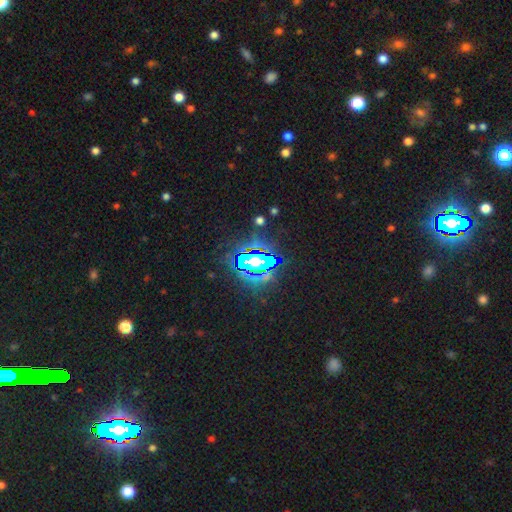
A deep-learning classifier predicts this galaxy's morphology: Smooth or featured: star or artifact — 80% (smooth — 12%)